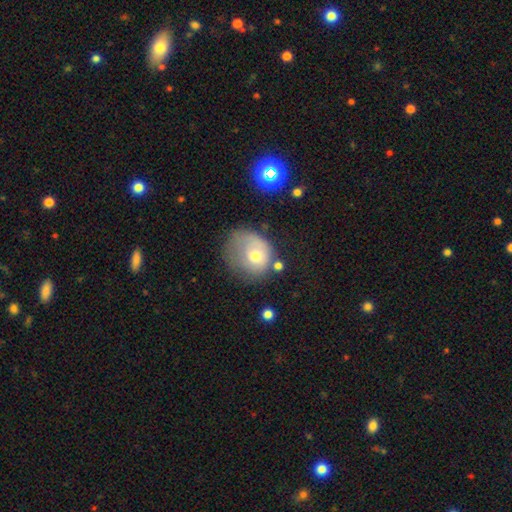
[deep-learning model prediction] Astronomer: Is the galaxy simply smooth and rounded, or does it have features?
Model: smooth — 61%.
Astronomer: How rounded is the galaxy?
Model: round — 60% (runner-up: in between, 39%).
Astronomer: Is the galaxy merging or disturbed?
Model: major disturbance — 31%, tied with none and minor disturbance at 31%.